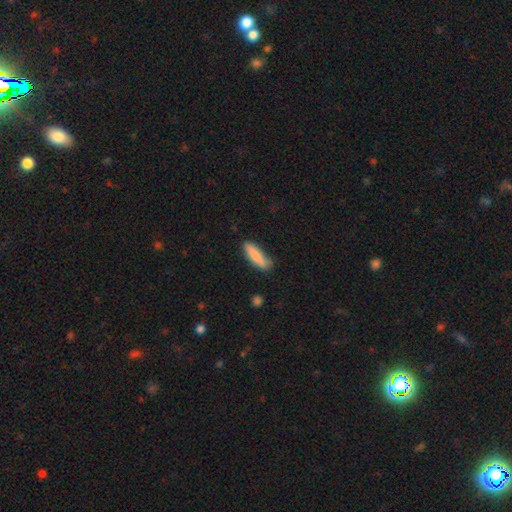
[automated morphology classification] Smooth or featured? Predicted: smooth (p=0.83). How rounded? Predicted: cigar-shaped (p=0.71). Merging? Predicted: none (p=0.74).